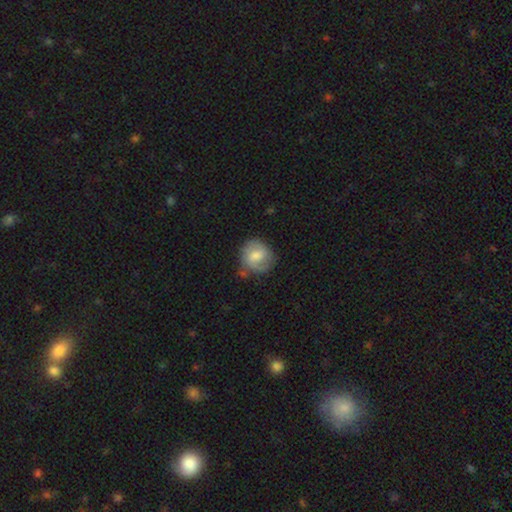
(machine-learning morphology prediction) Smooth or featured: smooth — 48% (featured or disk — 45%)
Merging: none — 67% (minor disturbance — 22%)